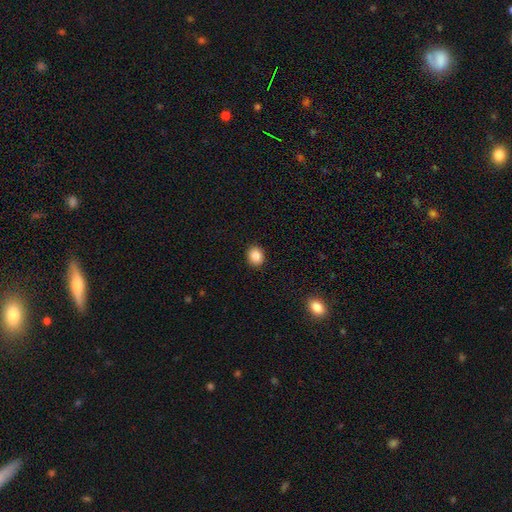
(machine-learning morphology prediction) Smooth or featured? Predicted: smooth (p=0.88). How rounded? Predicted: round (p=0.71). Merging? Predicted: none (p=0.91).